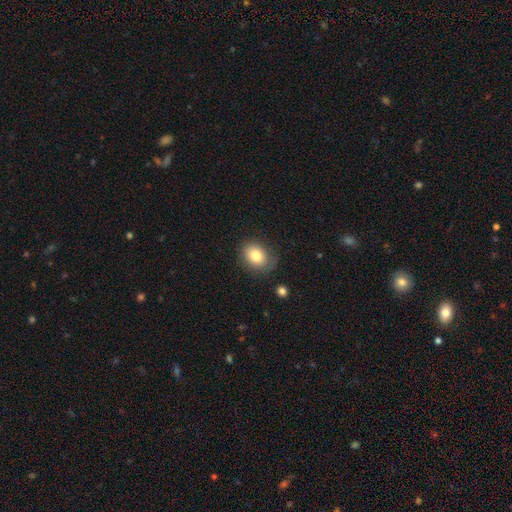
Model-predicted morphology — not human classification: A smooth galaxy with no disk features (81%) that is in between round and cigar-shaped (55%).

Vote fractions:
- Smooth or featured? smooth: 81% / featured or disk: 10% / star or artifact: 9%
- How rounded? in between: 55% / round: 44% / cigar-shaped: 1%
- Merging? none: 73% / minor disturbance: 19% / major disturbance: 6% / merger: 2%